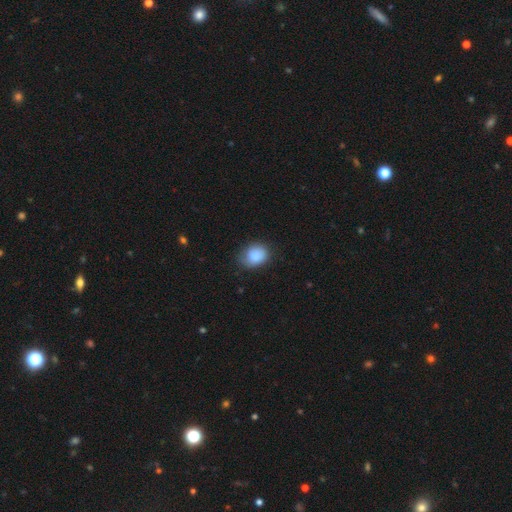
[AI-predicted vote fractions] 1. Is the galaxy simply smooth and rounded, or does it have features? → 86% smooth, 7% star or artifact, 7% featured or disk.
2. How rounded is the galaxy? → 52% in between, 47% round, 1% cigar-shaped.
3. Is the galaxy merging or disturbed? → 65% none, 27% minor disturbance, 6% major disturbance, 1% merger.